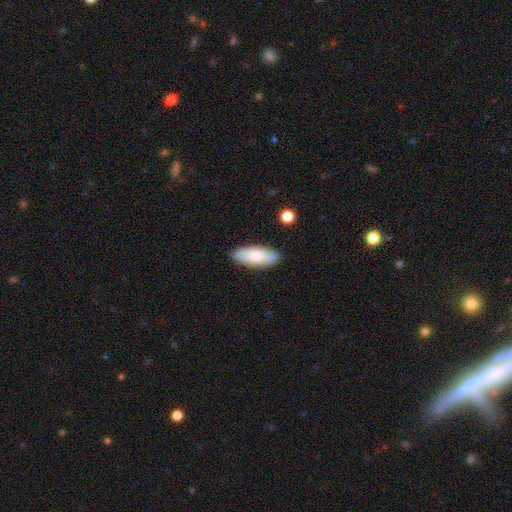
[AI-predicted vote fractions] Q: Smooth or featured?
A: smooth (78%); runner-up: featured or disk (16%)
Q: How rounded?
A: in between (78%); runner-up: cigar-shaped (20%)
Q: Merging?
A: none (87%); runner-up: minor disturbance (9%)